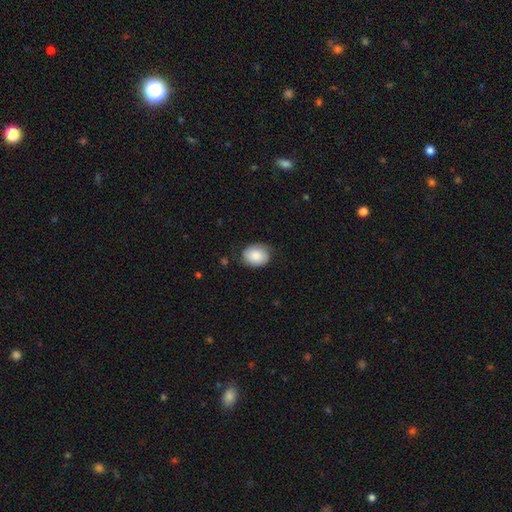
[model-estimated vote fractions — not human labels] smooth 83%, featured or disk 10%, star or artifact 7%. Down the decision tree: how rounded — in between (53%); merging — none (72%).